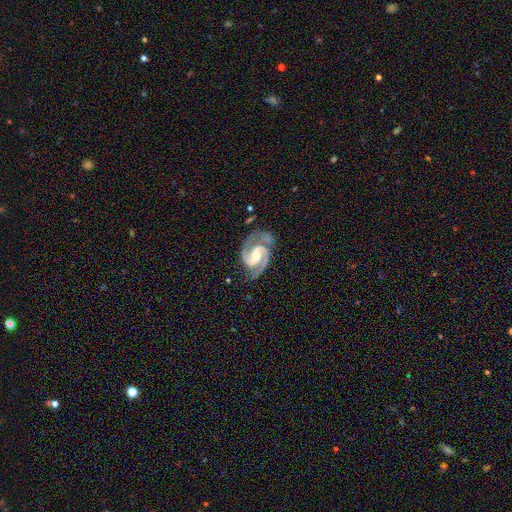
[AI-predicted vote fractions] smooth-or-featured: featured or disk: 94% | star or artifact: 4% | smooth: 3%
  disk-edge-on: no: 98% | yes: 2%
    bar: weak: 42% | strong: 35% | no: 23%
    has-spiral-arms: yes: 99% | no: 1%
      spiral-winding: medium: 60% | tight: 33% | loose: 7%
      spiral-arm-count: 2: 94% | 3: 2% | can't tell: 1% | 1: 1% | 4: 1% | more than 4: 1%
    bulge-size: moderate: 57% | small: 37% | large: 4% | none: 2% | dominant: 1%
  merging: none: 76% | minor disturbance: 17% | major disturbance: 5% | merger: 2%